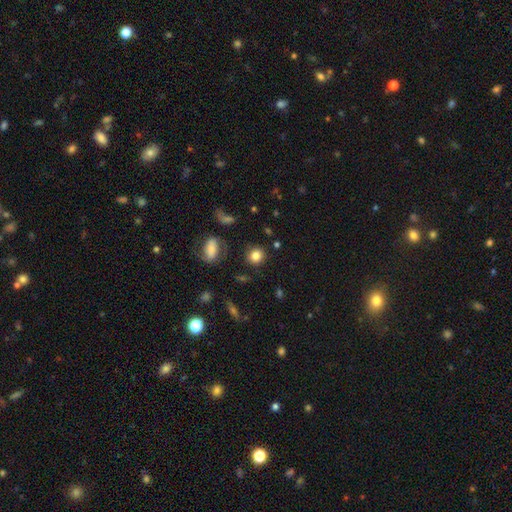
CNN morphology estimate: Smooth or featured? Predicted: smooth (p=0.81). How rounded? Predicted: round (p=0.84). Merging? Predicted: none (p=0.84).